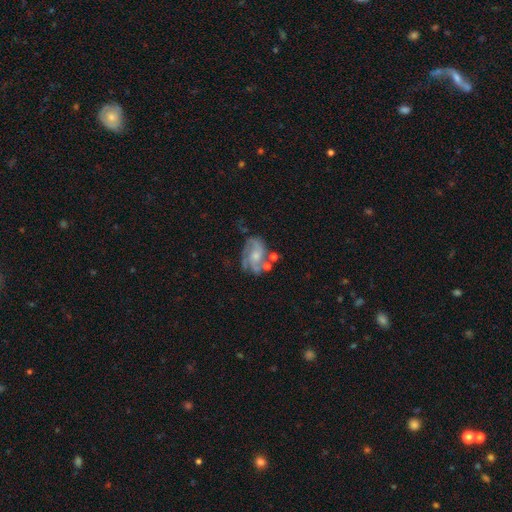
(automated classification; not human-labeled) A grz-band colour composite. It shows a featured or disk galaxy (79%) with no bar (67%), 2 (35%) medium (47%) spiral arms (91%) and a small central bulge (47%). Merging: none (54%).